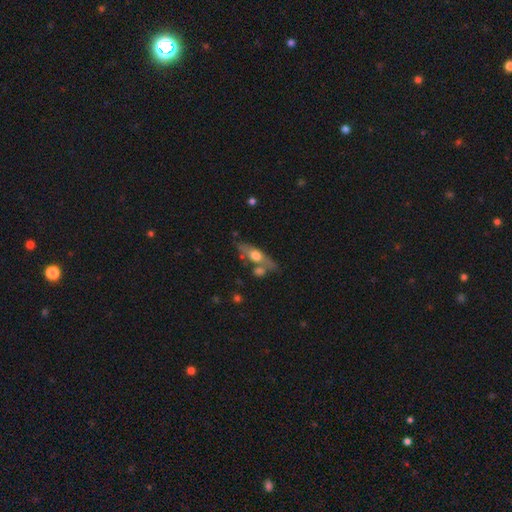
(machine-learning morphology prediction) smooth_or_featured: featured or disk (p=0.50) [alt: smooth p=0.43]
disk_edge_on: yes (p=0.71) [alt: no p=0.29]
merging: none (p=0.59) [alt: merger p=0.18]